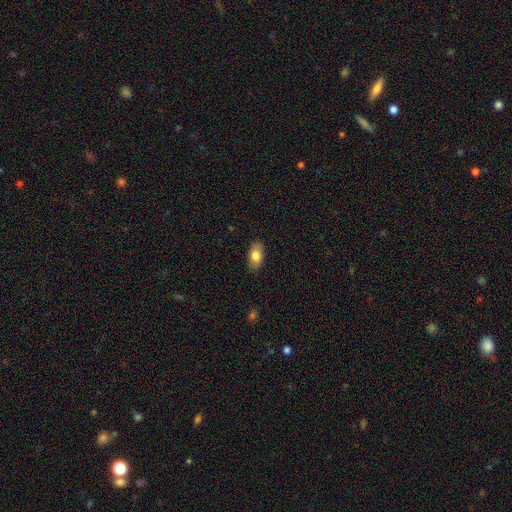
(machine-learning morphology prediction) A smooth galaxy with no disk features (81%) that is in between round and cigar-shaped (92%). Merging: none (87%).